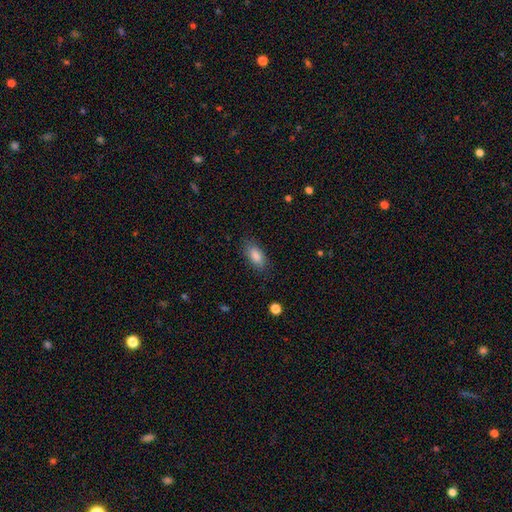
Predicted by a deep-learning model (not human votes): smooth-or-featured: smooth: 84% | featured or disk: 9% | star or artifact: 8%
  how-rounded: in between: 88% | cigar-shaped: 8% | round: 4%
  merging: none: 82% | minor disturbance: 13% | major disturbance: 4% | merger: 1%